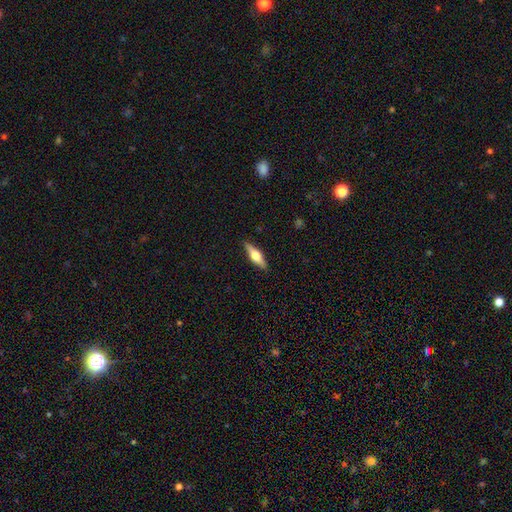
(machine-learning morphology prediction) Smooth or featured: featured or disk — 53% (smooth — 41%)
Edge-on disk: yes — 95% (no — 5%)
Edge-on bulge: rounded — 92% (boxy — 6%)
Merging: none — 90% (minor disturbance — 8%)